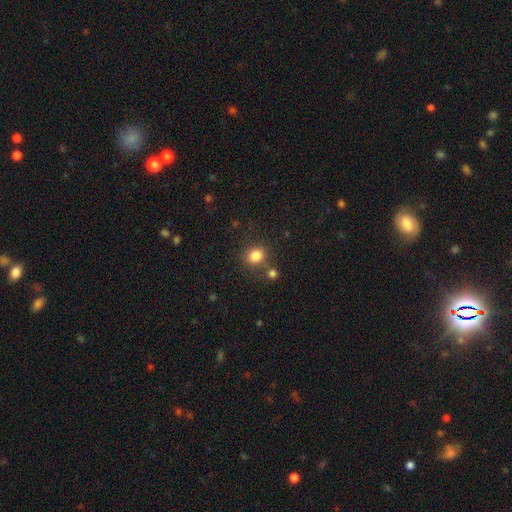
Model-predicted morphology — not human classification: smooth-or-featured: smooth: 82% | star or artifact: 12% | featured or disk: 6%
  how-rounded: round: 73% | in between: 26% | cigar-shaped: 1%
  merging: none: 72% | merger: 13% | minor disturbance: 11% | major disturbance: 4%